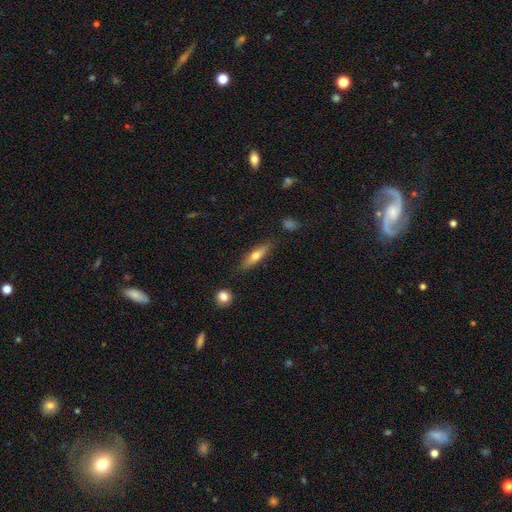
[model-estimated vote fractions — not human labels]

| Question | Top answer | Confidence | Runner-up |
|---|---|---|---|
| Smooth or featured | smooth | 57% | featured or disk (36%) |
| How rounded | cigar-shaped | 71% | in between (26%) |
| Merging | none | 83% | minor disturbance (12%) |